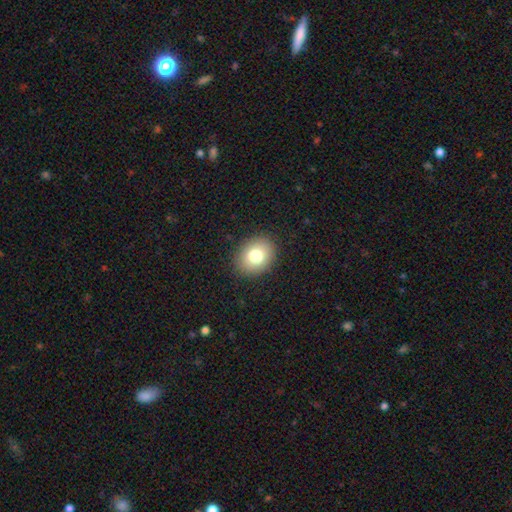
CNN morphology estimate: Smooth or featured?
  - smooth: 78% *
  - featured or disk: 12%
  - star or artifact: 10%
How rounded?
  - round: 53% *
  - in between: 47%
  - cigar-shaped: 1%
Merging?
  - none: 89% *
  - minor disturbance: 8%
  - major disturbance: 3%
  - merger: 1%